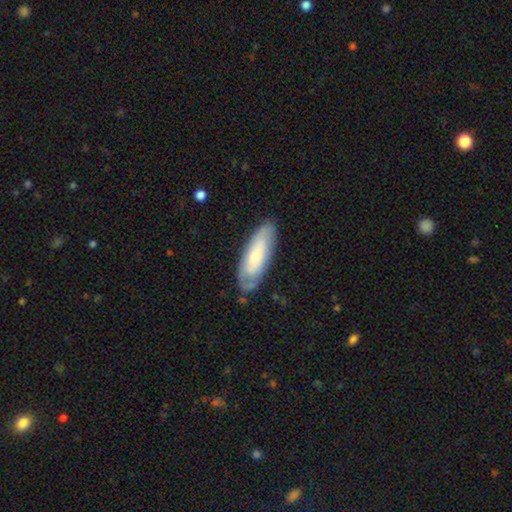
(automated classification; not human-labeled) This appears to be a smooth galaxy with no disk features (53%) that is in between round and cigar-shaped (59%). Merging: none (77%).